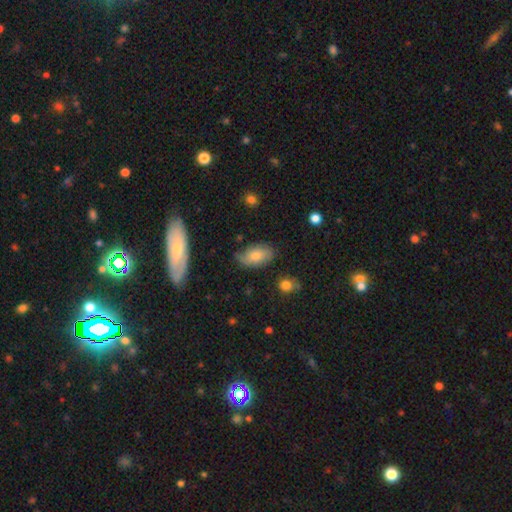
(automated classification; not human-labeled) Smooth or featured: smooth — 67% (featured or disk — 24%)
How rounded: in between — 90% (cigar-shaped — 5%)
Merging: none — 72% (minor disturbance — 21%)